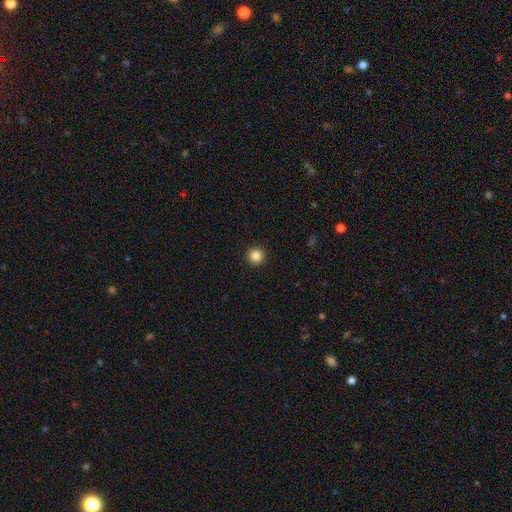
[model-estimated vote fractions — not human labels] smooth_or_featured: smooth (p=0.85) [alt: star or artifact p=0.11]
how_rounded: round (p=0.96) [alt: in between p=0.03]
merging: none (p=0.94) [alt: minor disturbance p=0.04]